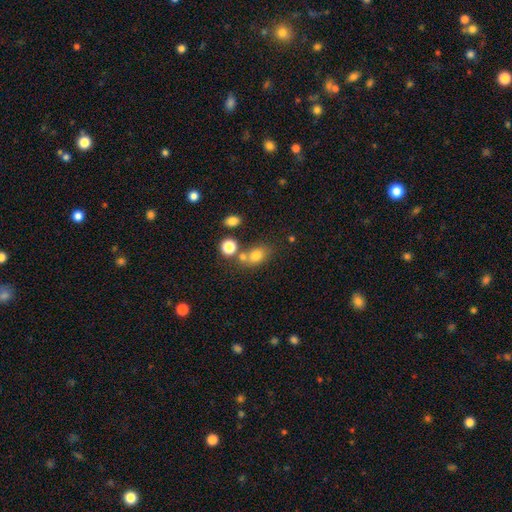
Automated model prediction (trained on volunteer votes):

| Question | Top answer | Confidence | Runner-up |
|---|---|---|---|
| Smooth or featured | smooth | 76% | star or artifact (13%) |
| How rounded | in between | 59% | round (39%) |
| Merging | none | 54% | merger (27%) |